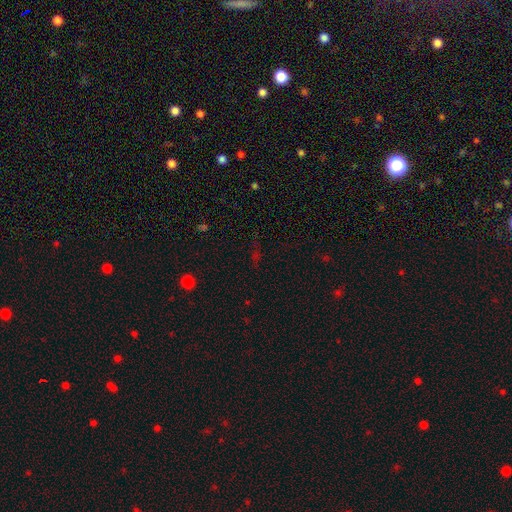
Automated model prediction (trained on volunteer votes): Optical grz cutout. It shows a star or artifact, not a galaxy (63%).